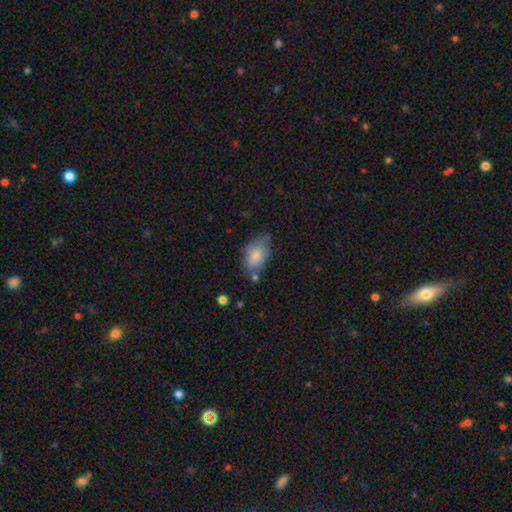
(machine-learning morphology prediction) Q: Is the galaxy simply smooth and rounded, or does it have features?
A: smooth — 82%.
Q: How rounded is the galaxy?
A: in between — 92%.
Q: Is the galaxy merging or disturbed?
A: none — 56%.